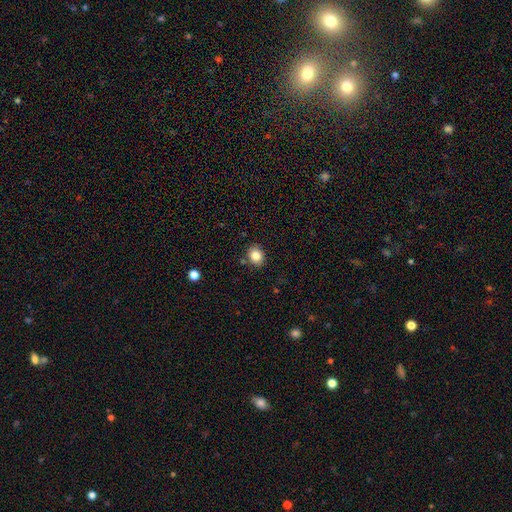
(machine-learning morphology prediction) This is clearly a smooth galaxy (84%). How rounded: likely round (62%). Merging: clearly none (85%).